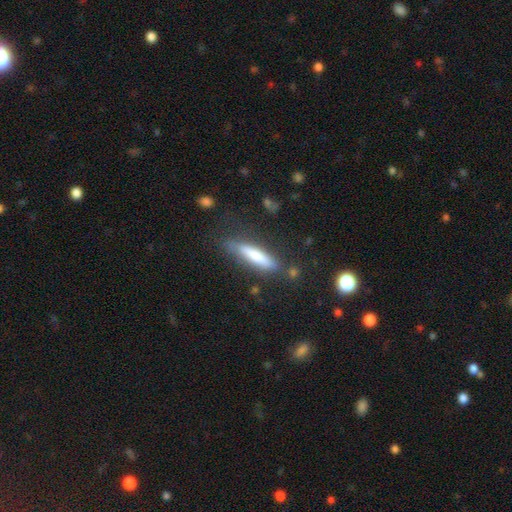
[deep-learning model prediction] Smooth or featured: smooth — 64% (featured or disk — 29%)
How rounded: cigar-shaped — 83% (in between — 16%)
Merging: none — 72% (minor disturbance — 18%)